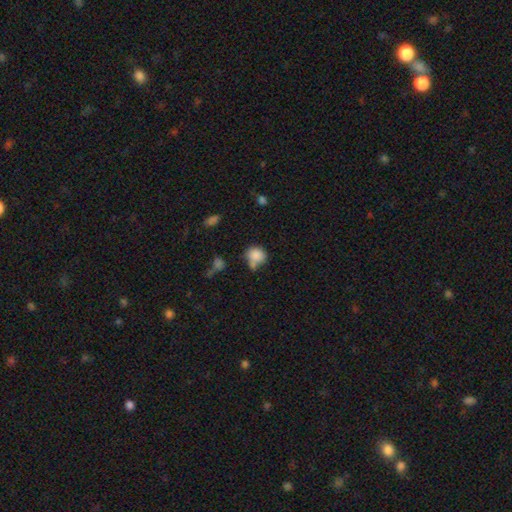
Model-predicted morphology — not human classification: Q: Smooth or featured?
A: smooth (83%); runner-up: star or artifact (10%)
Q: How rounded?
A: round (74%); runner-up: in between (25%)
Q: Merging?
A: none (49%); runner-up: minor disturbance (22%)